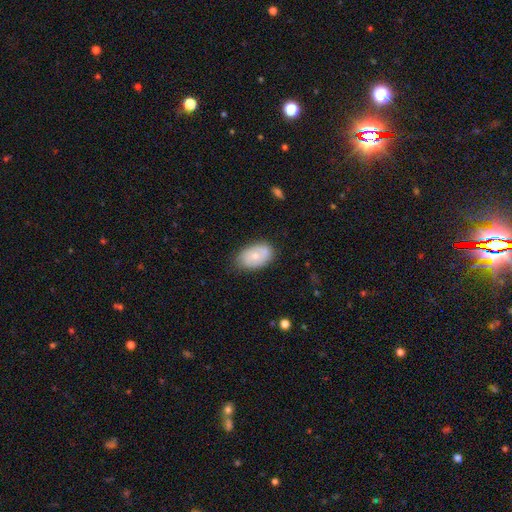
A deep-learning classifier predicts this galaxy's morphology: smooth_or_featured: smooth (p=0.58) [alt: featured or disk p=0.36]
how_rounded: in between (p=0.88) [alt: round p=0.11]
merging: none (p=0.70) [alt: minor disturbance p=0.23]